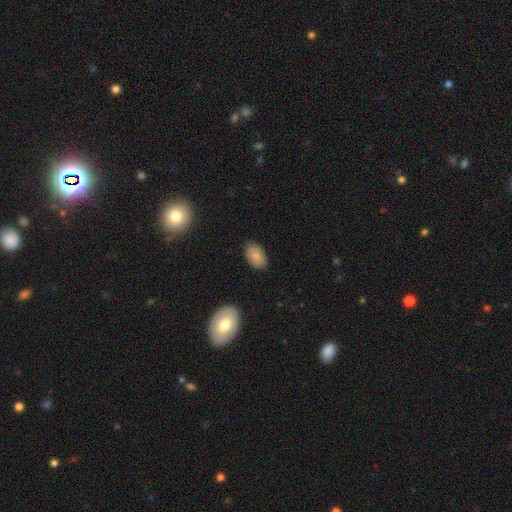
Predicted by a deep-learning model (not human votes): smooth 85%, star or artifact 8%, featured or disk 7%. Down the decision tree: how rounded — in between (92%); merging — none (85%).